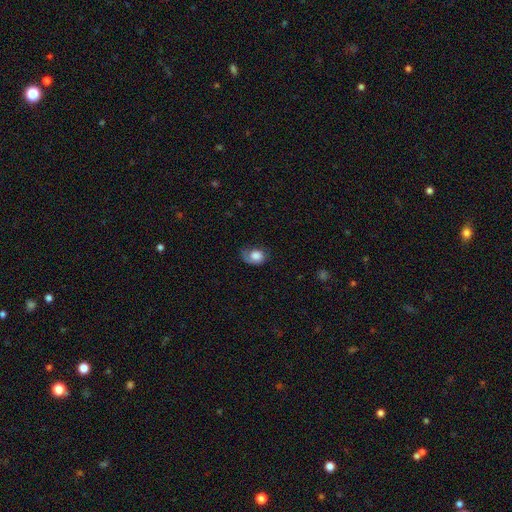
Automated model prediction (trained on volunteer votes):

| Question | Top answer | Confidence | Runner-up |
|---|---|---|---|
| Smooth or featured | smooth | 74% | featured or disk (18%) |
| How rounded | in between | 55% | round (44%) |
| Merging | none | 40% | minor disturbance (31%) |